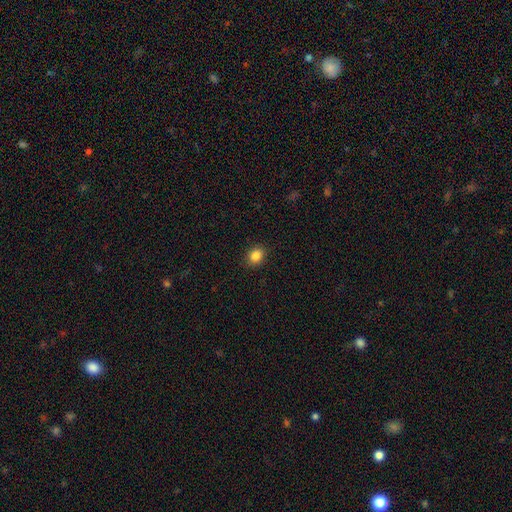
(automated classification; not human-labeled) smooth-or-featured: smooth: 86% | star or artifact: 10% | featured or disk: 4%
  how-rounded: round: 58% | in between: 41% | cigar-shaped: 1%
  merging: none: 90% | minor disturbance: 7% | major disturbance: 2% | merger: 1%